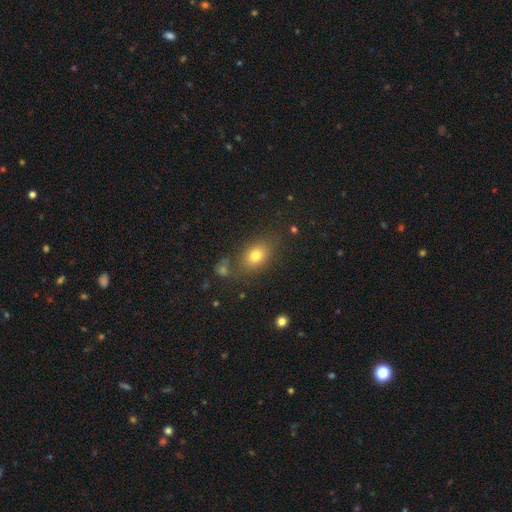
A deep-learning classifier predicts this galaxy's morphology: smooth-or-featured: smooth: 76% | star or artifact: 12% | featured or disk: 11%
  how-rounded: in between: 71% | round: 28% | cigar-shaped: 2%
  merging: none: 74% | minor disturbance: 14% | merger: 7% | major disturbance: 5%